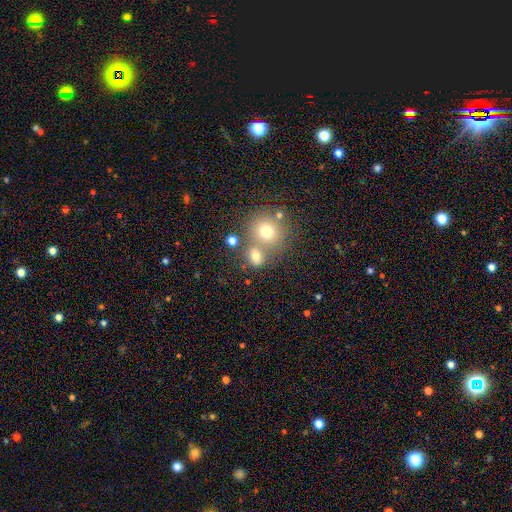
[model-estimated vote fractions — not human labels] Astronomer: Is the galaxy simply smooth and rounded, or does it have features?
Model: smooth — 71%.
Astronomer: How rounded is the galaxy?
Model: round — 61% (runner-up: in between, 38%).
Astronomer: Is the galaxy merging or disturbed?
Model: none — 49% (runner-up: merger, 35%).